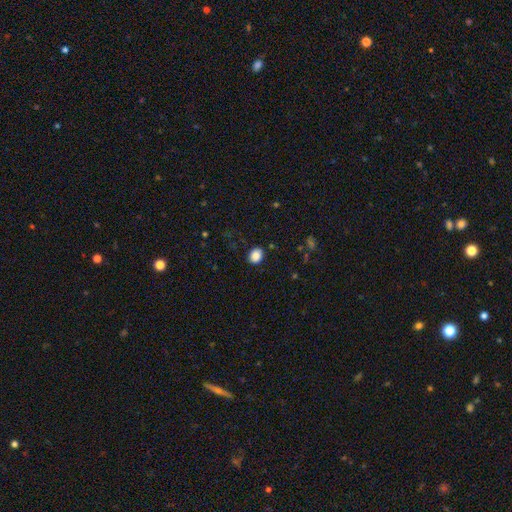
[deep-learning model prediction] smooth_or_featured: smooth (p=0.88) [alt: star or artifact p=0.09]
how_rounded: round (p=0.53) [alt: in between p=0.46]
merging: none (p=0.87) [alt: minor disturbance p=0.09]